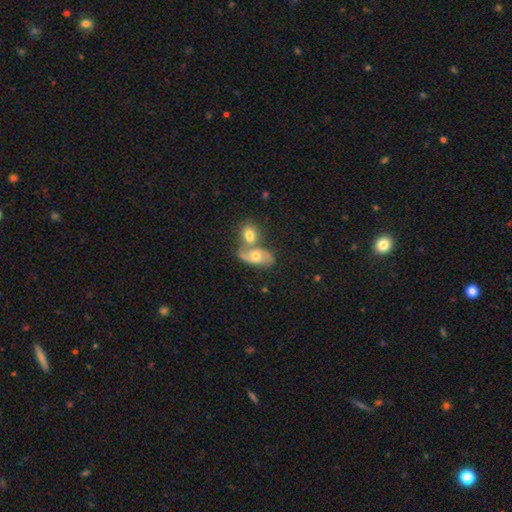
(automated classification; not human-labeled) The model was most divided on "merging": merger: 50%, none: 33%, minor disturbance: 11%, major disturbance: 6%. More confident: edge-on disk — no (94%); spiral arms — yes (79%); bar — no (68%); bulge size — moderate (64%); smooth or featured — featured or disk (55%).